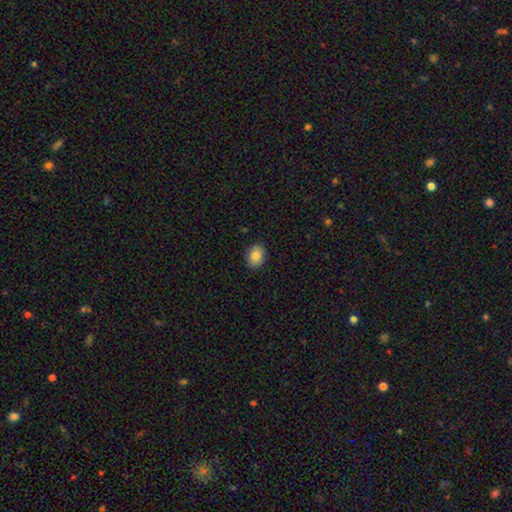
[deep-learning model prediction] Morphology: type=smooth (87%); roundness=in between (67%); merging=none (89%).